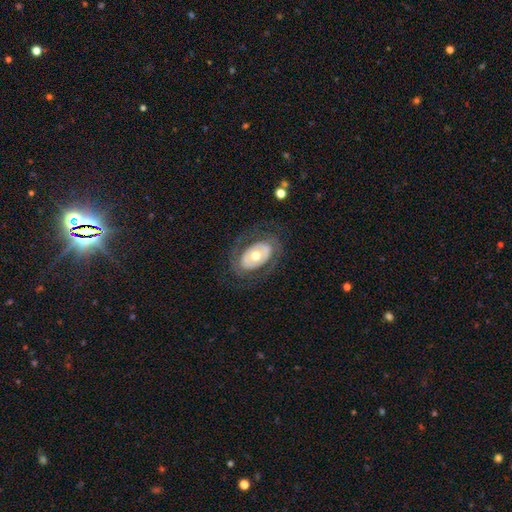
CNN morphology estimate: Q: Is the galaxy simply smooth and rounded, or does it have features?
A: featured or disk — 61%.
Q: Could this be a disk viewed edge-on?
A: no — 93%.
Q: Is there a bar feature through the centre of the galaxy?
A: no — 80%.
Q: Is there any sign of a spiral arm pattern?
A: no — 70%.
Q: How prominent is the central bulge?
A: moderate — 73%.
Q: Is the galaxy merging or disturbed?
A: none — 73%.